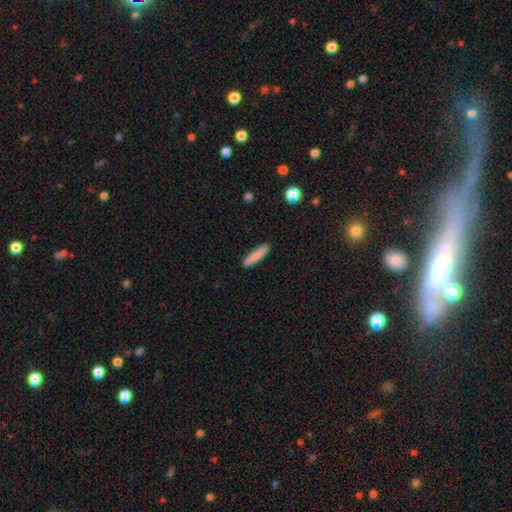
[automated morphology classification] This is clearly a smooth galaxy (82%). How rounded: clearly cigar-shaped (85%). Merging: clearly none (88%).